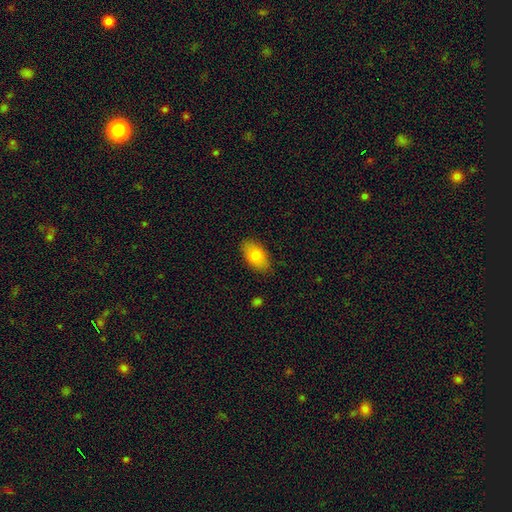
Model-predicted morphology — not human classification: smooth-or-featured: smooth: 78% | featured or disk: 15% | star or artifact: 7%
  how-rounded: in between: 91% | round: 6% | cigar-shaped: 2%
  merging: none: 86% | minor disturbance: 11% | major disturbance: 2% | merger: 1%